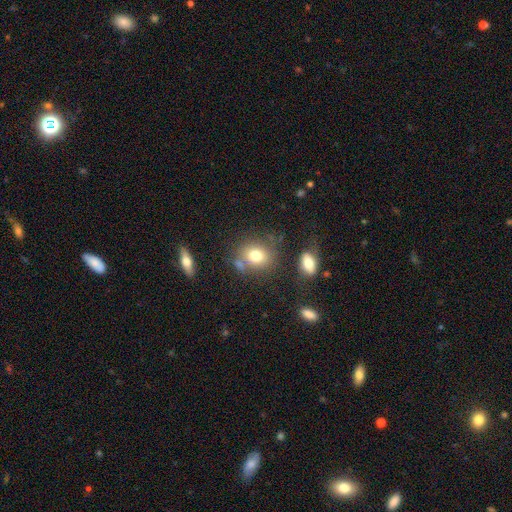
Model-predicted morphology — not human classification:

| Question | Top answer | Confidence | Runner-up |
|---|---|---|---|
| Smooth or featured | smooth | 76% | featured or disk (12%) |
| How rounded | round | 64% | in between (35%) |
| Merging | none | 67% | minor disturbance (14%) |